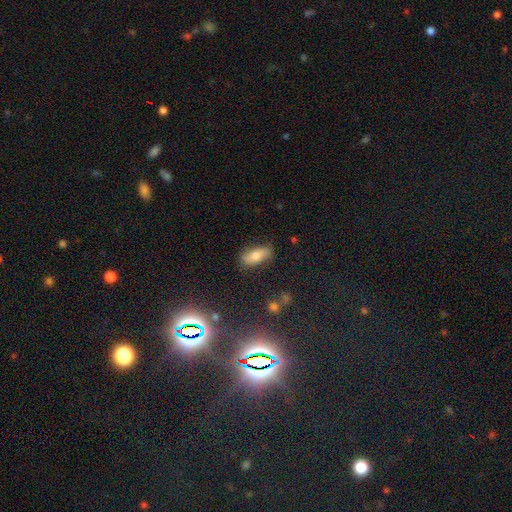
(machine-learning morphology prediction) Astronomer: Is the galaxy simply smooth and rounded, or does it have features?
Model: smooth — 72%.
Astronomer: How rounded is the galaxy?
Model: in between — 82%.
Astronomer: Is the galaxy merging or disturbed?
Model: none — 75%.